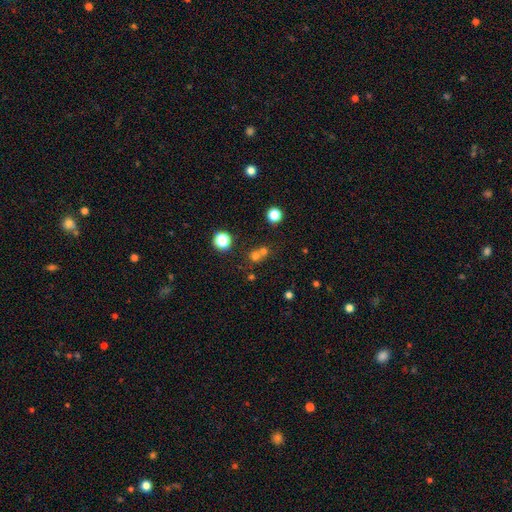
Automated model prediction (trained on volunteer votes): smooth-or-featured: smooth: 66% | star or artifact: 23% | featured or disk: 11%
  how-rounded: round: 85% | in between: 14% | cigar-shaped: 1%
  merging: merger: 46% | none: 45% | minor disturbance: 5% | major disturbance: 3%